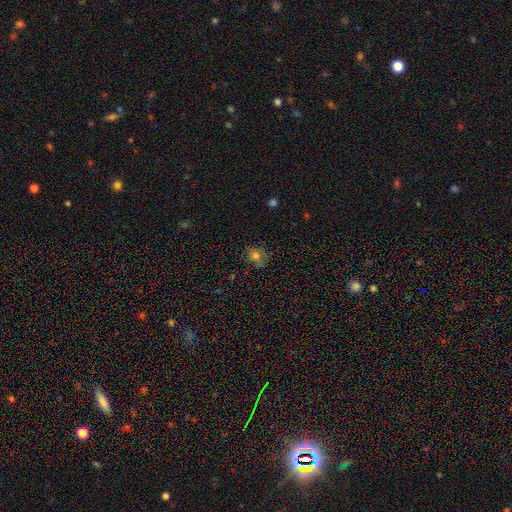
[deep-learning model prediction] Smooth or featured?
  - smooth: 73% *
  - star or artifact: 17%
  - featured or disk: 10%
How rounded?
  - round: 67% *
  - in between: 31%
  - cigar-shaped: 1%
Merging?
  - none: 74% *
  - minor disturbance: 18%
  - major disturbance: 5%
  - merger: 3%